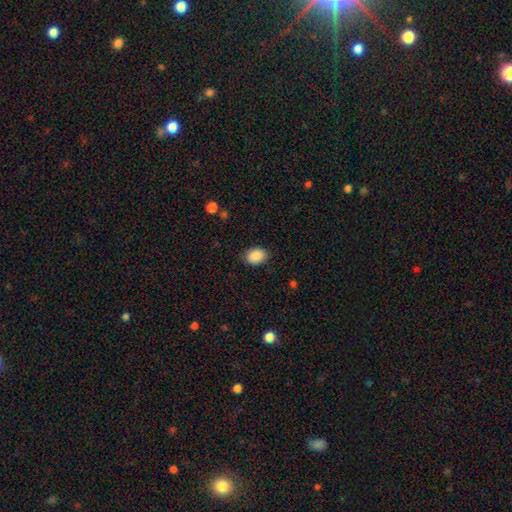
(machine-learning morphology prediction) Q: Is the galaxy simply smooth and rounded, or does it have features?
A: smooth — 89%.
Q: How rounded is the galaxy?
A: in between — 71%.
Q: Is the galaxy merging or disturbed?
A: none — 85%.